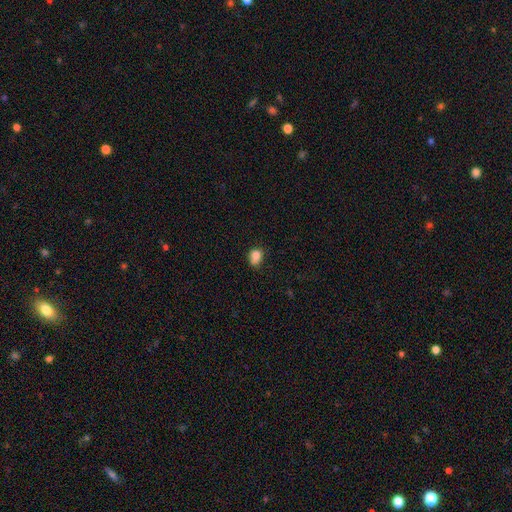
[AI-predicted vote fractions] A smooth galaxy with no disk features (83%) that is in between round and cigar-shaped (54%).

Vote fractions:
- Smooth or featured? smooth: 83% / star or artifact: 10% / featured or disk: 7%
- How rounded? in between: 54% / round: 45% / cigar-shaped: 1%
- Merging? none: 55% / minor disturbance: 33% / major disturbance: 8% / merger: 5%